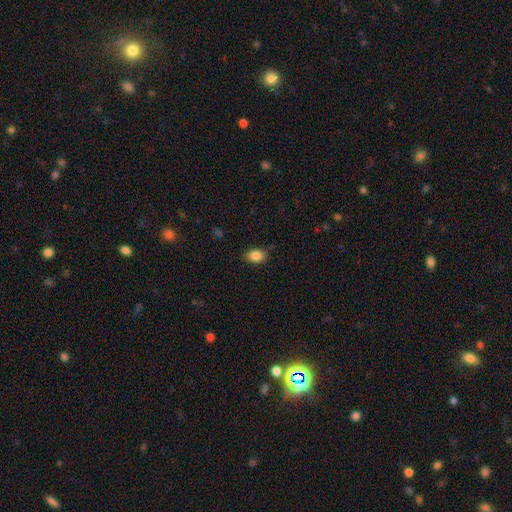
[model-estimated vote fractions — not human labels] This appears to be a smooth galaxy with no disk features (86%) that is in between round and cigar-shaped (78%). Merging: none (83%).